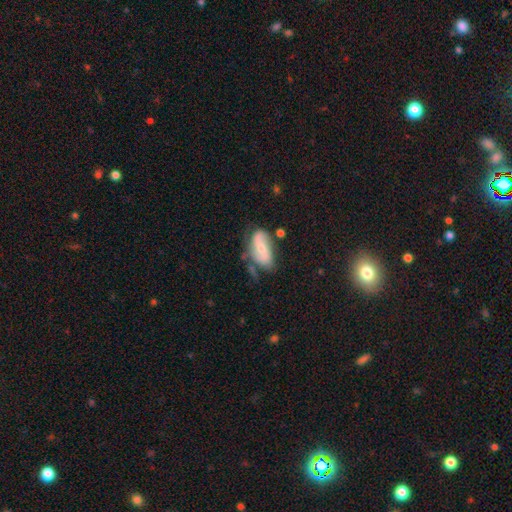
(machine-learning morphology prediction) type=featured or disk (54%); edge-on=no (89%); merging=none (53%).